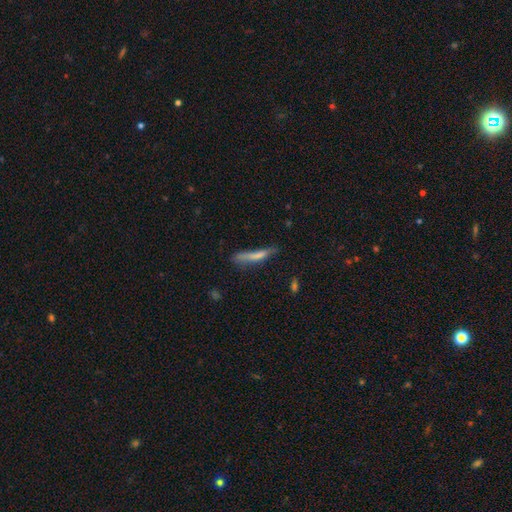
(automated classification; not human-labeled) smooth-or-featured: smooth: 70% | featured or disk: 22% | star or artifact: 8%
  how-rounded: cigar-shaped: 88% | in between: 11% | round: 2%
  merging: none: 48% | minor disturbance: 29% | major disturbance: 16% | merger: 7%